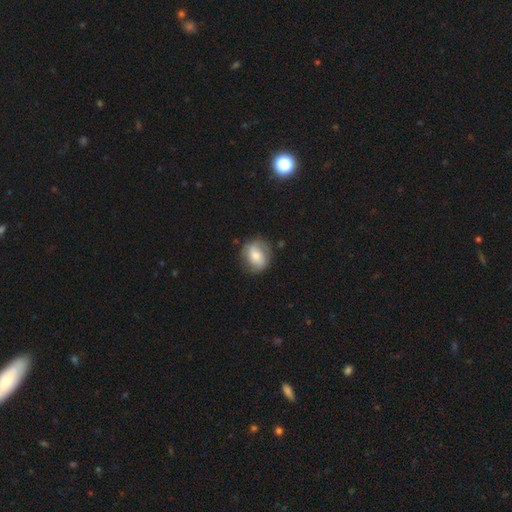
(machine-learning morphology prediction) This appears to be a smooth galaxy with no disk features (59%) that is round (63%). Merging: none (73%).